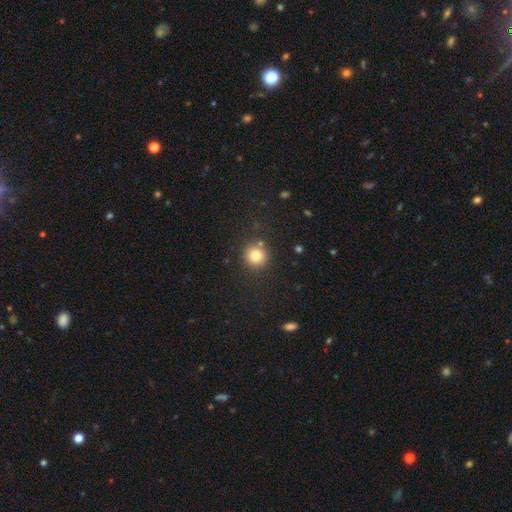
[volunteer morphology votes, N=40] Smooth or featured: smooth — 85% (featured or disk — 10%)
How rounded: round — 97% (in between — 3%)
Merging: none — 89% (minor disturbance — 8%)